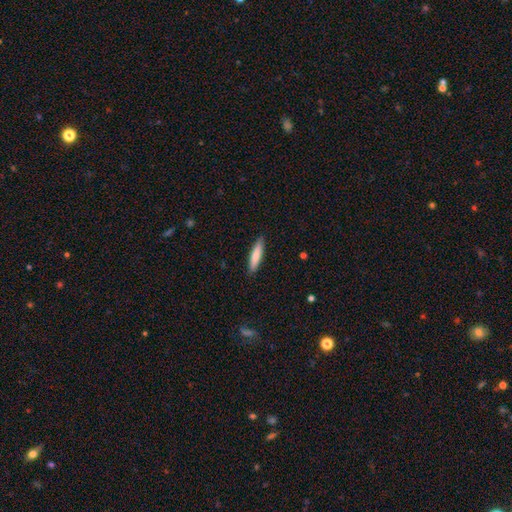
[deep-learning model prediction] A smooth galaxy with no disk features (76%) that is cigar-shaped (81%).

Vote fractions:
- Smooth or featured? smooth: 76% / featured or disk: 19% / star or artifact: 5%
- How rounded? cigar-shaped: 81% / in between: 18% / round: 1%
- Merging? none: 90% / minor disturbance: 8% / major disturbance: 2% / merger: 1%